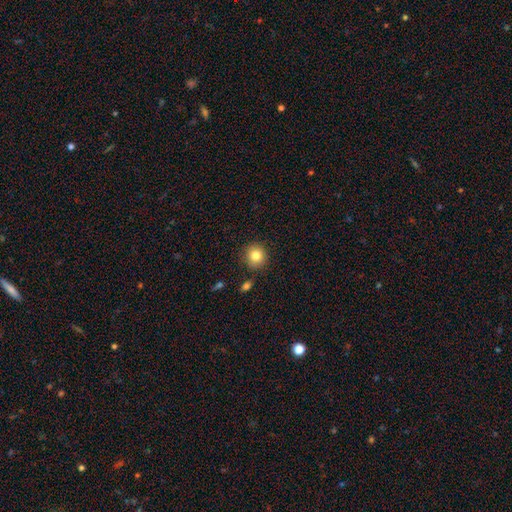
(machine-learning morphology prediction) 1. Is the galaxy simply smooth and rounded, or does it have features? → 83% smooth, 10% star or artifact, 7% featured or disk.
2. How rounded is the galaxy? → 88% round, 11% in between, 1% cigar-shaped.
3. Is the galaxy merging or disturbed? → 87% none, 8% minor disturbance, 3% merger, 2% major disturbance.